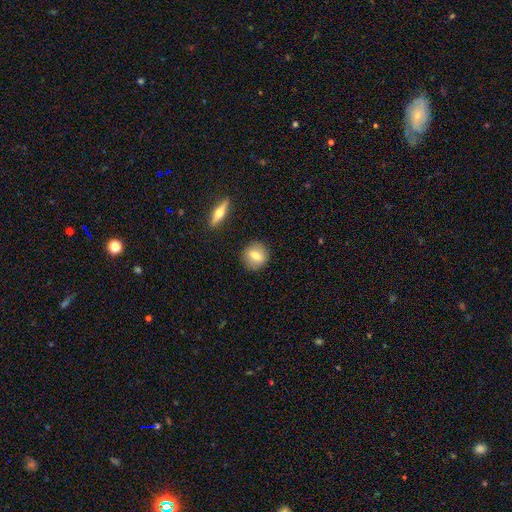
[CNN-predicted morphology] smooth_or_featured: smooth (p=0.66) [alt: featured or disk p=0.26]
how_rounded: round (p=0.82) [alt: in between p=0.16]
merging: none (p=0.87) [alt: minor disturbance p=0.08]